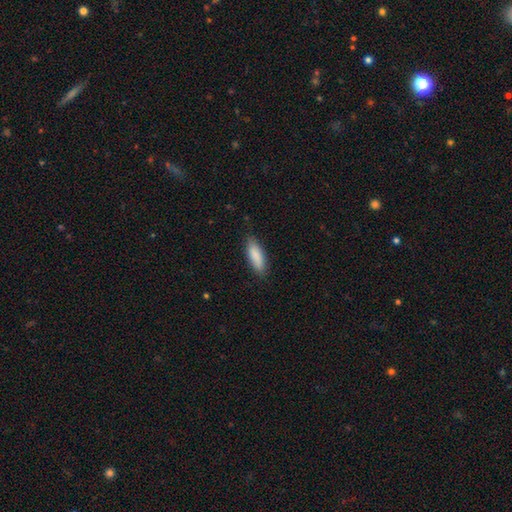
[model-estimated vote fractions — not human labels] The model was most divided on "how rounded": in between: 58%, cigar-shaped: 40%, round: 2%. More confident: smooth or featured — smooth (87%); merging — none (83%).